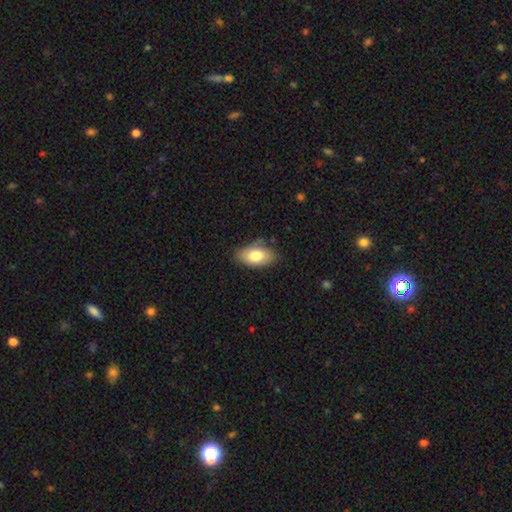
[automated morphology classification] Smooth or featured: smooth — 78% (featured or disk — 15%)
How rounded: in between — 93% (round — 4%)
Merging: none — 79% (minor disturbance — 16%)